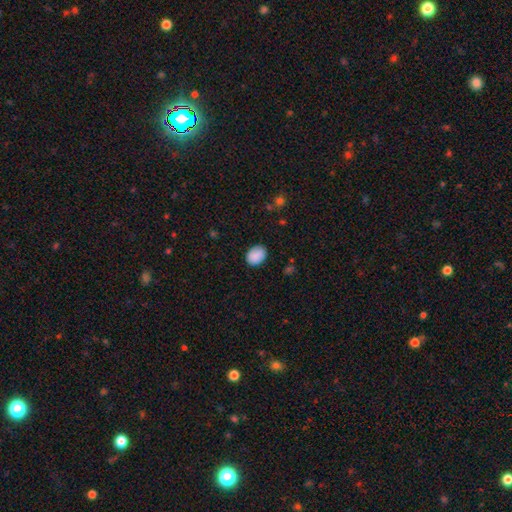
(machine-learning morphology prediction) A smooth galaxy with no disk features (90%) that is in between round and cigar-shaped (62%). Merging: none (86%).